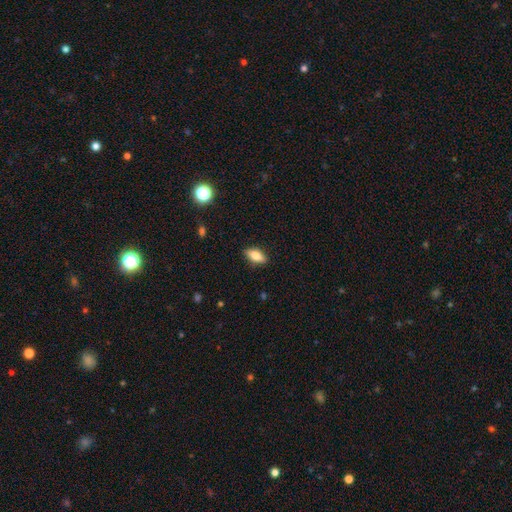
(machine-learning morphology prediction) type=smooth (76%); roundness=in between (82%); merging=none (87%).